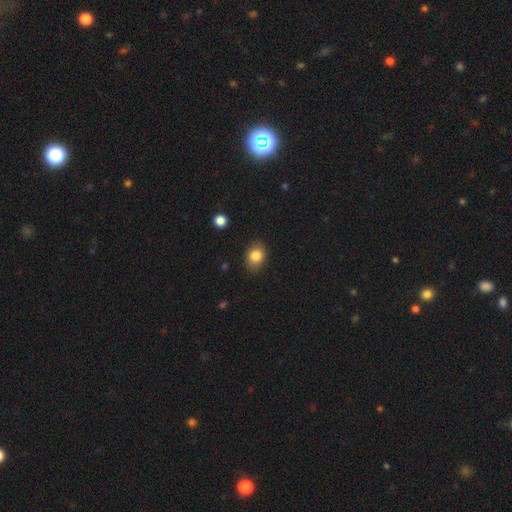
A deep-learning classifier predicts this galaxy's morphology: smooth-or-featured: smooth: 84% | star or artifact: 9% | featured or disk: 7%
  how-rounded: in between: 58% | round: 41% | cigar-shaped: 1%
  merging: none: 83% | minor disturbance: 13% | major disturbance: 3% | merger: 1%